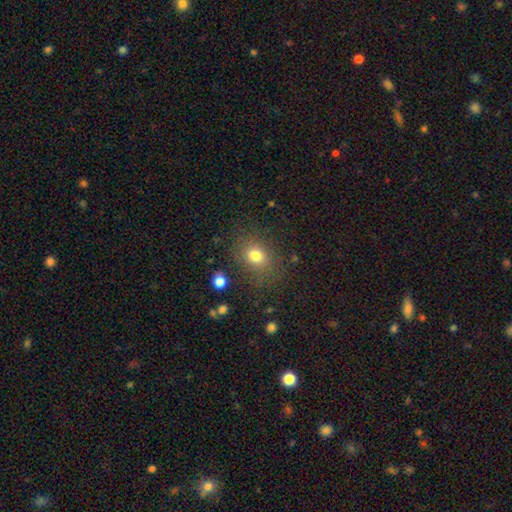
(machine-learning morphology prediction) This is likely a smooth galaxy (77%). How rounded: possibly in between (54%). Merging: likely none (77%).